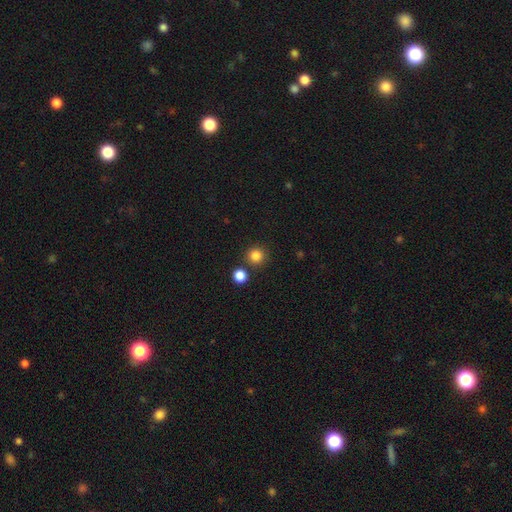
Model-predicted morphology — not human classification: Smooth or featured? Predicted: smooth (p=0.83). How rounded? Predicted: round (p=0.94). Merging? Predicted: none (p=0.82).